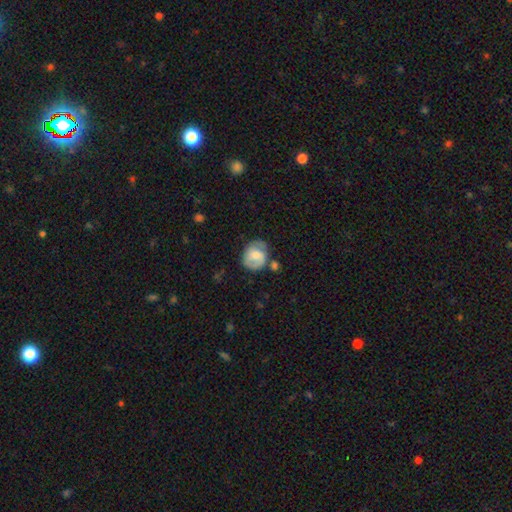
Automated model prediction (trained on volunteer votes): smooth_or_featured: smooth (p=0.50) [alt: featured or disk p=0.43]
how_rounded: round (p=0.64) [alt: in between p=0.35]
merging: none (p=0.54) [alt: minor disturbance p=0.27]